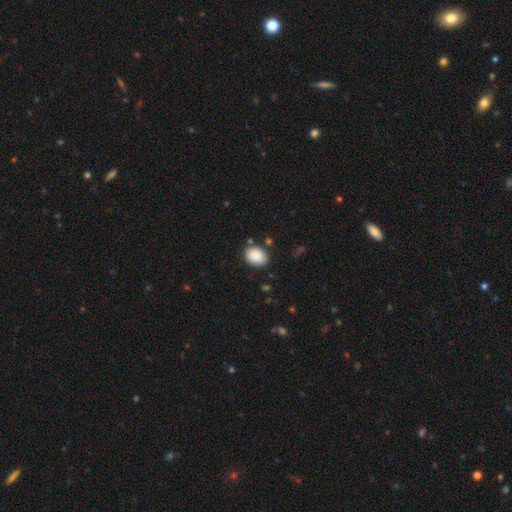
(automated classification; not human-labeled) This appears to be a smooth galaxy with no disk features (89%) that is in between round and cigar-shaped (68%). Merging: none (83%).